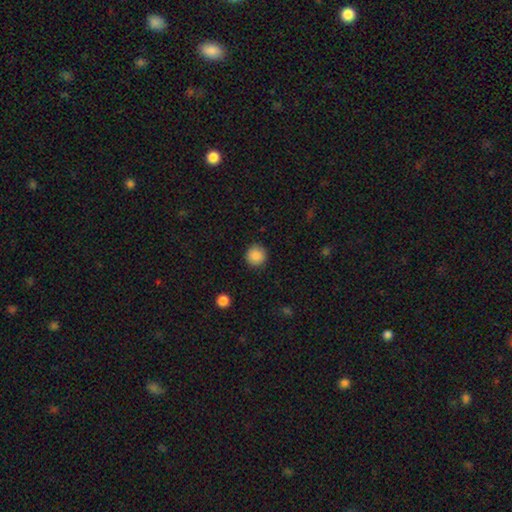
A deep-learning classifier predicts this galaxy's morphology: Overall: smooth (88%). How rounded: round (95%). Merging: none (91%).